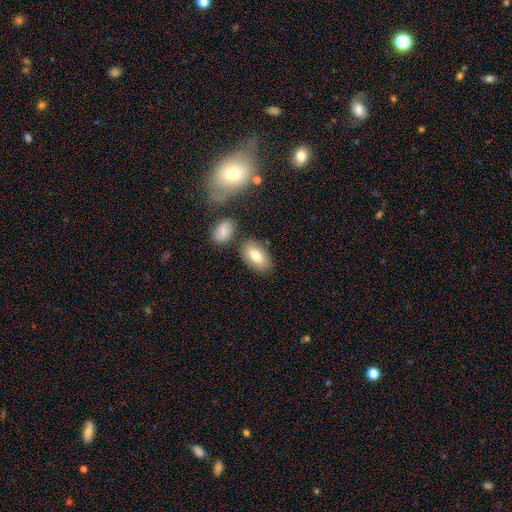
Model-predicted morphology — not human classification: Smooth or featured? Predicted: smooth (p=0.77). How rounded? Predicted: in between (p=0.92). Merging? Predicted: none (p=0.78).